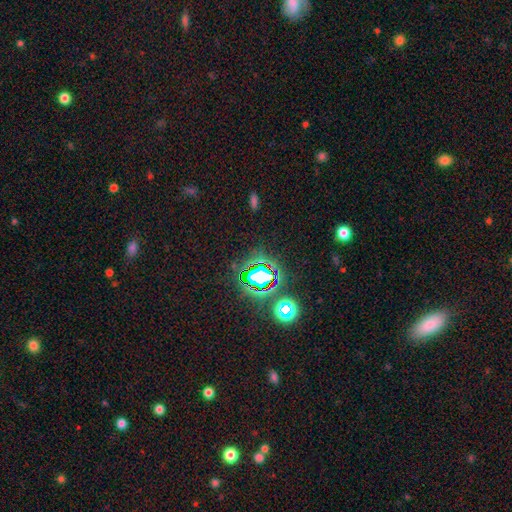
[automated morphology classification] The model was most divided on "smooth or featured": star or artifact: 79%, smooth: 14%, featured or disk: 7%.